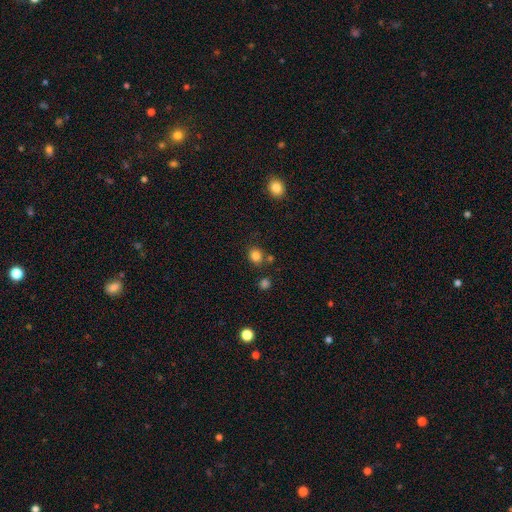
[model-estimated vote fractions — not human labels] This appears to be a smooth galaxy with no disk features (83%) that is round (75%). Merging: none (77%).